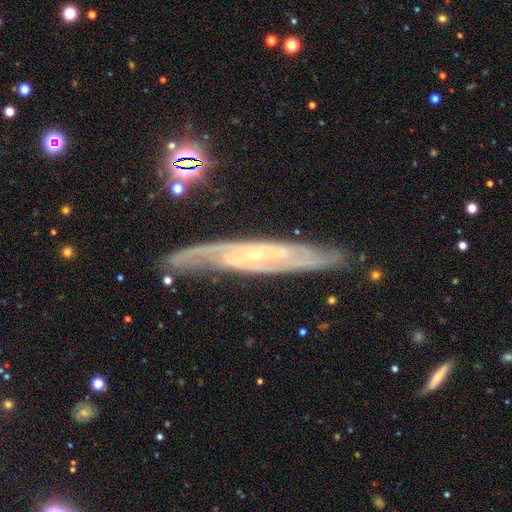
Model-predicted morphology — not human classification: type=featured or disk (86%); edge-on=no (69%); bar=no (60%); spiral arms=yes (96%); winding=tight (57%); arm count=2 (48%); bulge=small (84%); merging=none (81%).